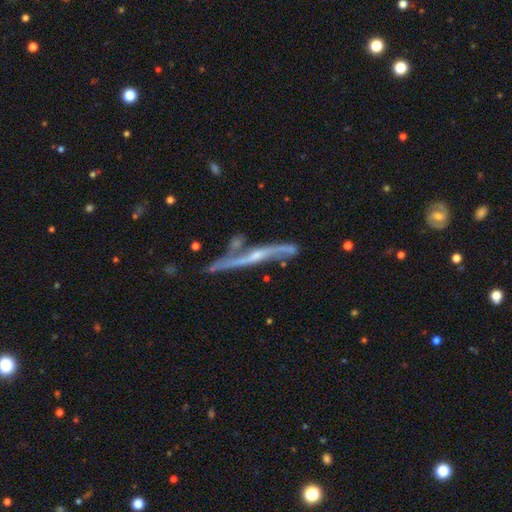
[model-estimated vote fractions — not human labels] smooth_or_featured: featured or disk (p=0.83) [alt: smooth p=0.10]
disk_edge_on: yes (p=0.75) [alt: no p=0.25]
edge_on_bulge: rounded (p=0.63) [alt: none p=0.30]
merging: none (p=0.58) [alt: minor disturbance p=0.23]